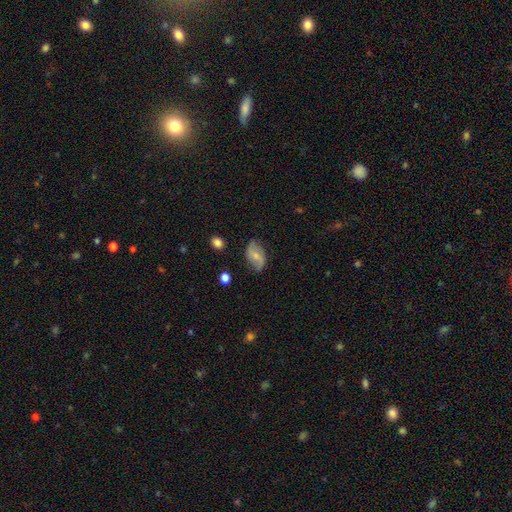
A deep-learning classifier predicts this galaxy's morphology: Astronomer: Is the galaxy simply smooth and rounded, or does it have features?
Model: featured or disk — 56% (runner-up: smooth, 36%).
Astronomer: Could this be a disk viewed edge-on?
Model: no — 96%.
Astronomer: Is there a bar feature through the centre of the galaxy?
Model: no — 45% (runner-up: weak, 42%).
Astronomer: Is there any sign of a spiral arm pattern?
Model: yes — 86%.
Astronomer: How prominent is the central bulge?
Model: small — 54% (runner-up: moderate, 38%).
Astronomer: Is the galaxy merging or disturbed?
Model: none — 70%.